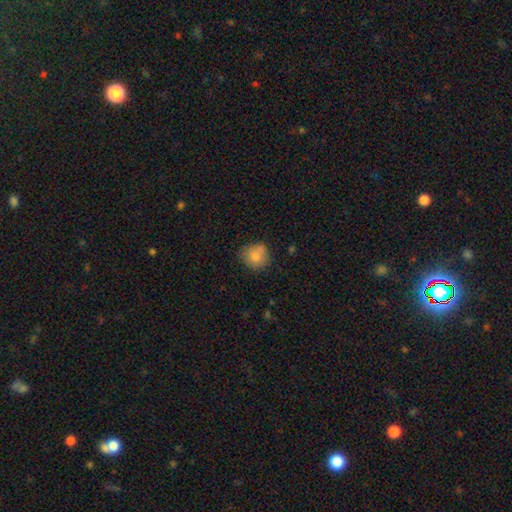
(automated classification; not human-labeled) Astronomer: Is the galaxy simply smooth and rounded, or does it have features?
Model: smooth — 80%.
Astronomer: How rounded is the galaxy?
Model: round — 81%.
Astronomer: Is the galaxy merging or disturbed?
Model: none — 62%.